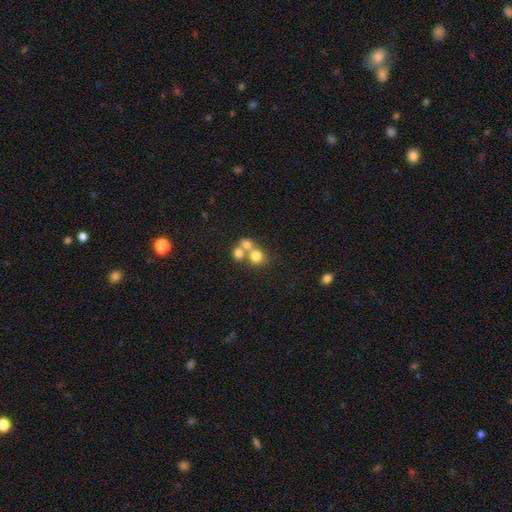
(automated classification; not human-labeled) Smooth or featured: smooth — 71% (featured or disk — 16%)
How rounded: round — 81% (in between — 18%)
Merging: merger — 53% (none — 38%)